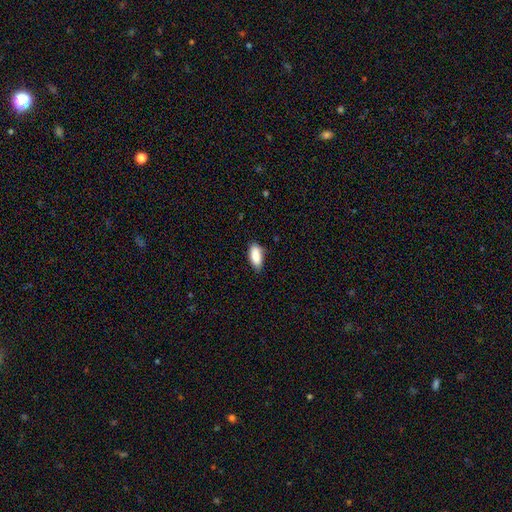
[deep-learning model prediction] Smooth or featured: smooth — 87% (star or artifact — 7%)
How rounded: in between — 87% (cigar-shaped — 11%)
Merging: none — 79% (minor disturbance — 17%)